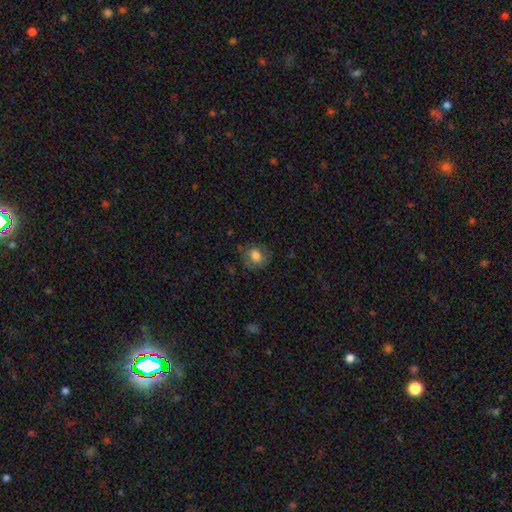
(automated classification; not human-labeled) Q: Smooth or featured?
A: smooth (70%); runner-up: featured or disk (20%)
Q: How rounded?
A: round (71%); runner-up: in between (28%)
Q: Merging?
A: none (72%); runner-up: minor disturbance (19%)